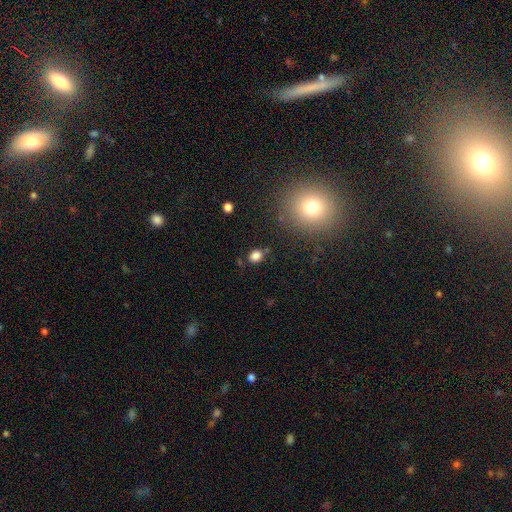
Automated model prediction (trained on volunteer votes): Overall: smooth (81%). How rounded: round (53%; in between 46%). Merging: none (79%).